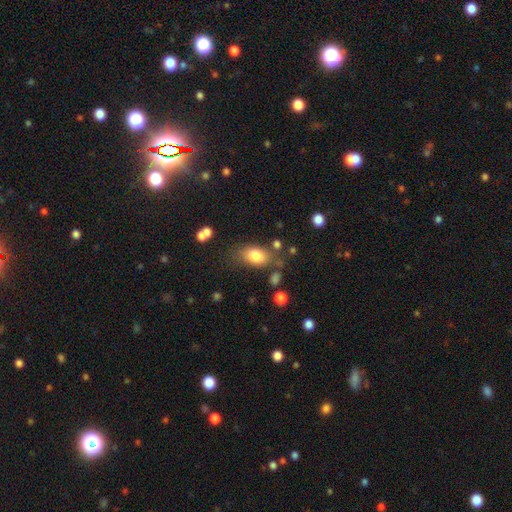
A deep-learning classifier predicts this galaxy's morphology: smooth_or_featured: smooth (p=0.81) [alt: featured or disk p=0.10]
how_rounded: in between (p=0.85) [alt: round p=0.13]
merging: none (p=0.68) [alt: minor disturbance p=0.18]